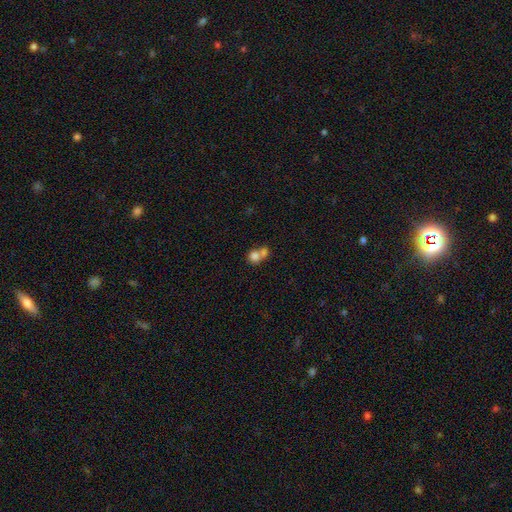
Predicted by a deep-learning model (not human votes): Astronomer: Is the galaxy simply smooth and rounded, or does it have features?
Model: smooth — 78%.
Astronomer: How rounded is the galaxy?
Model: round — 80%.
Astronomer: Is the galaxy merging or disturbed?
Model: merger — 64%.